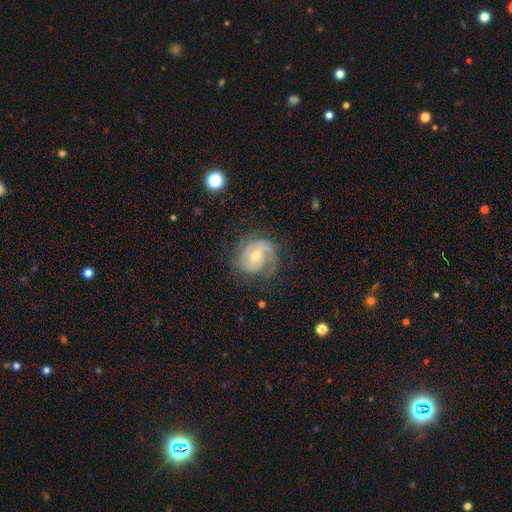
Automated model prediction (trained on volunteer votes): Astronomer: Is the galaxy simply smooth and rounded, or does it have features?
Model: featured or disk — 81%.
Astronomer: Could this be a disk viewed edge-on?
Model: no — 97%.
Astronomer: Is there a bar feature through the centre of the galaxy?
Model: weak — 44% (runner-up: no, 40%).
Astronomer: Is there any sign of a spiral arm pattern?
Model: yes — 91%.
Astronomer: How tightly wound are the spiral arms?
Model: tight — 47% (runner-up: medium, 38%).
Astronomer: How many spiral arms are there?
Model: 2 — 43% (runner-up: can't tell, 24%).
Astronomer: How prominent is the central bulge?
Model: moderate — 58% (runner-up: small, 38%).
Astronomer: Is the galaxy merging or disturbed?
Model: none — 61%.